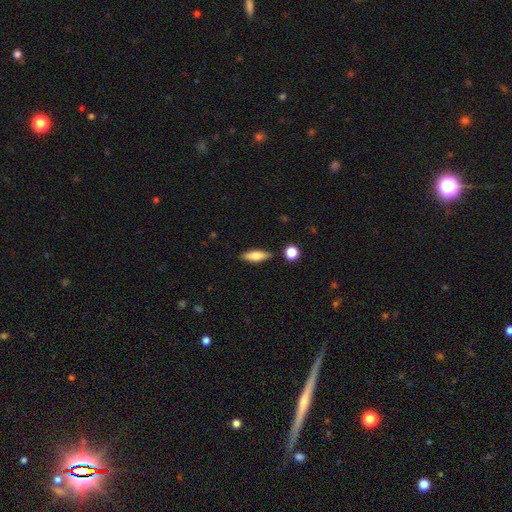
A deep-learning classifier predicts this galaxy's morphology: A smooth galaxy with no disk features (69%) that is in between round and cigar-shaped (52%).

Vote fractions:
- Smooth or featured? smooth: 69% / featured or disk: 24% / star or artifact: 7%
- How rounded? in between: 52% / cigar-shaped: 44% / round: 3%
- Merging? none: 85% / minor disturbance: 10% / merger: 3% / major disturbance: 2%